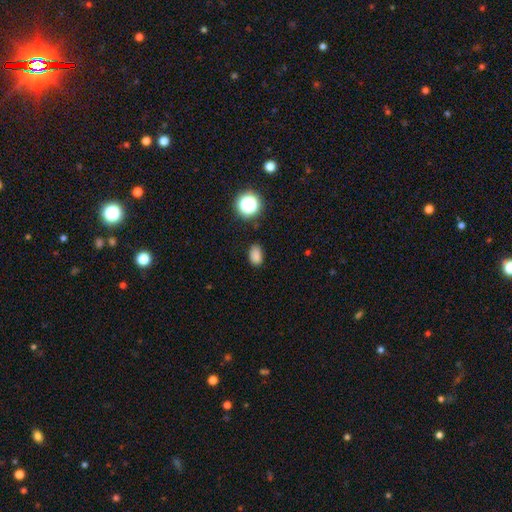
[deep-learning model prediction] Smooth or featured? smooth (81%)
How rounded? in between (83%)
Merging? none (79%)